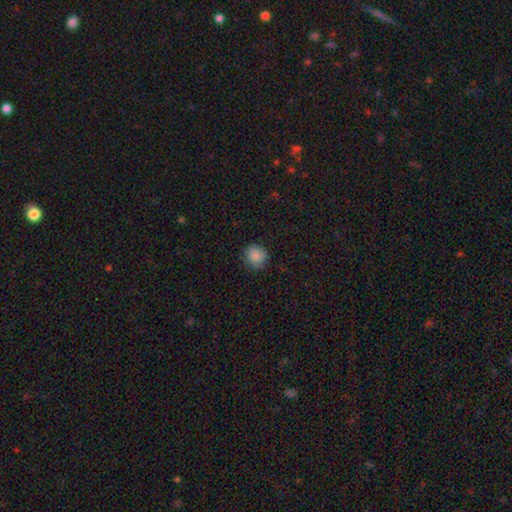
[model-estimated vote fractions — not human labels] This appears to be a smooth galaxy with no disk features (87%) that is round (89%). Merging: none (87%).